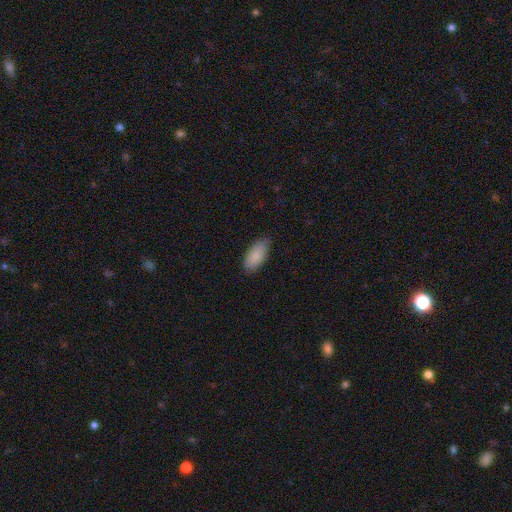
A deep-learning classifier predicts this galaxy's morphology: This is clearly a smooth galaxy (88%). How rounded: clearly in between (91%). Merging: likely none (78%).